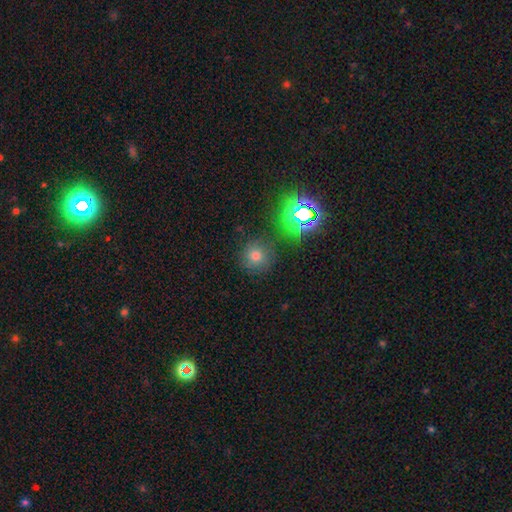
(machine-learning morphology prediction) This is likely a smooth galaxy (64%). How rounded: clearly round (93%). Merging: clearly none (84%).